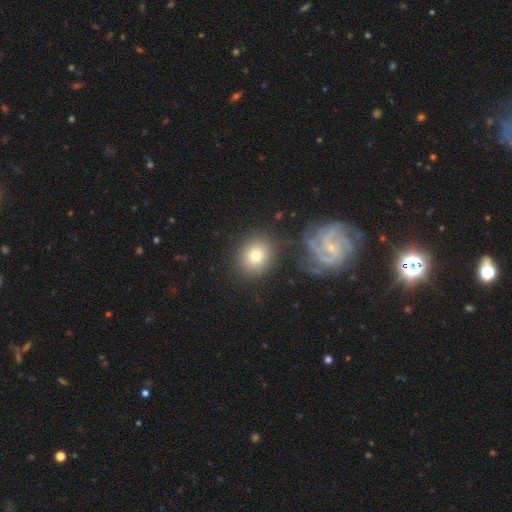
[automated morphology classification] This appears to be a smooth galaxy with no disk features (69%) that is round (70%). Merging: none (79%).